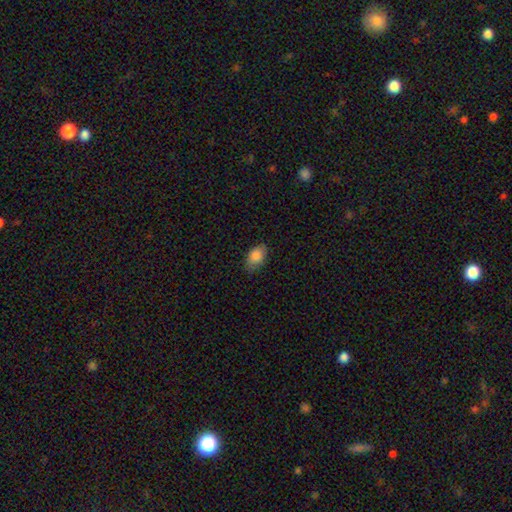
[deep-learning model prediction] Overall: smooth (86%). How rounded: in between (89%). Merging: none (77%).